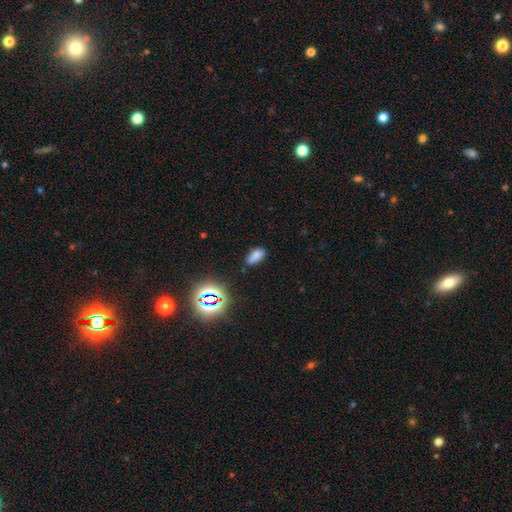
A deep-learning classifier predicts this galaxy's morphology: smooth-or-featured: smooth: 74% | star or artifact: 18% | featured or disk: 8%
  how-rounded: in between: 87% | cigar-shaped: 8% | round: 5%
  merging: none: 71% | minor disturbance: 21% | major disturbance: 5% | merger: 4%